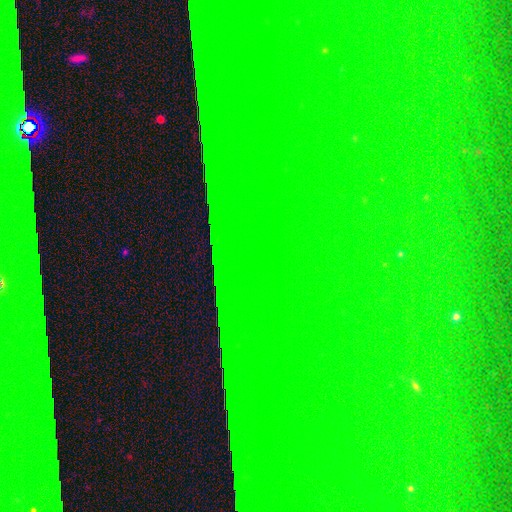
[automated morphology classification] The model was most divided on "smooth or featured": star or artifact: 86%, featured or disk: 8%, smooth: 6%.